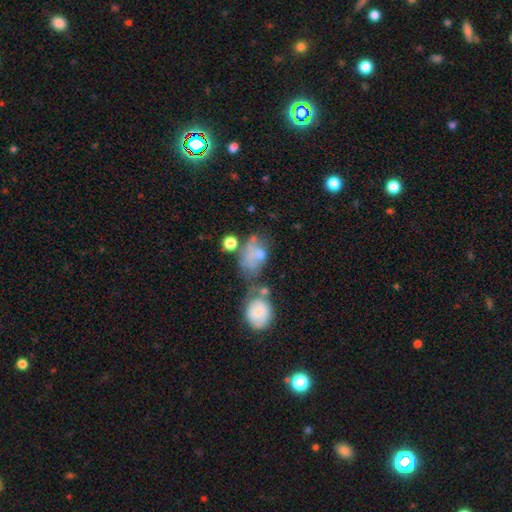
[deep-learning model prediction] smooth_or_featured: smooth (p=0.57) [alt: featured or disk p=0.29]
how_rounded: in between (p=0.74) [alt: round p=0.24]
merging: merger (p=0.35) [alt: none p=0.24]